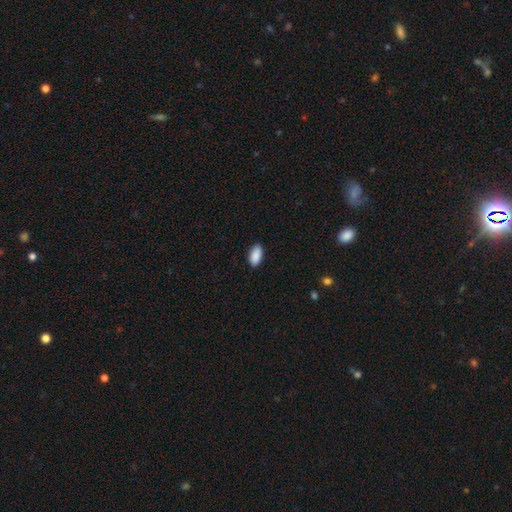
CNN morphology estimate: A smooth galaxy with no disk features (90%) that is in between round and cigar-shaped (94%). Merging: none (88%).